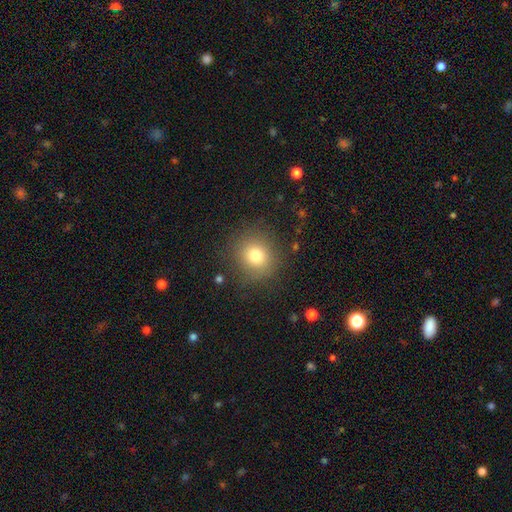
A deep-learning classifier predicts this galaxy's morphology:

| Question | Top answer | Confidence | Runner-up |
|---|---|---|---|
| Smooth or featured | smooth | 77% | star or artifact (13%) |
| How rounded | round | 88% | in between (11%) |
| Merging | none | 84% | minor disturbance (10%) |